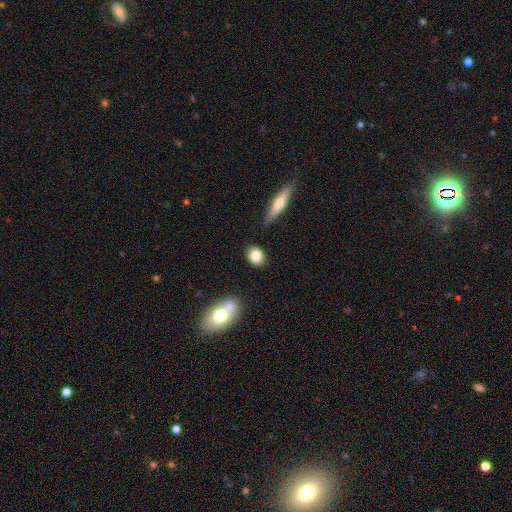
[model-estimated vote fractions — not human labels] smooth-or-featured: smooth: 83% | featured or disk: 9% | star or artifact: 8%
  how-rounded: in between: 49% | round: 48% | cigar-shaped: 3%
  merging: none: 82% | minor disturbance: 11% | merger: 3% | major disturbance: 3%